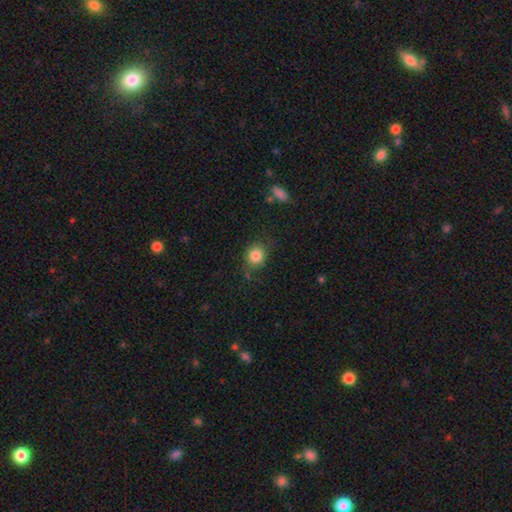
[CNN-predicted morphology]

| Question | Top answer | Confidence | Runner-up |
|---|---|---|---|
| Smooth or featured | smooth | 83% | star or artifact (10%) |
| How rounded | round | 76% | in between (23%) |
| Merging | none | 72% | minor disturbance (18%) |